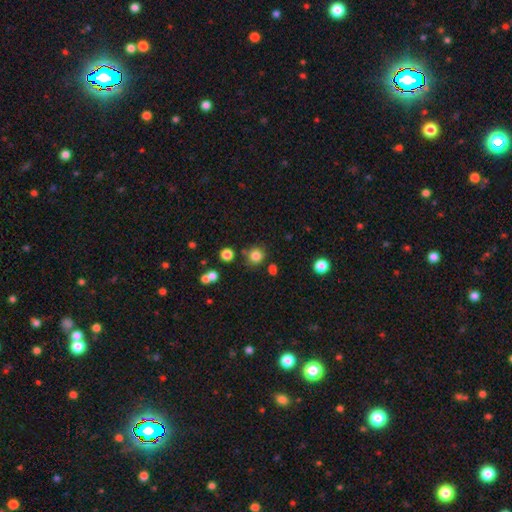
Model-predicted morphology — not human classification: This is clearly a smooth galaxy (81%). How rounded: clearly round (90%). Merging: likely none (78%).